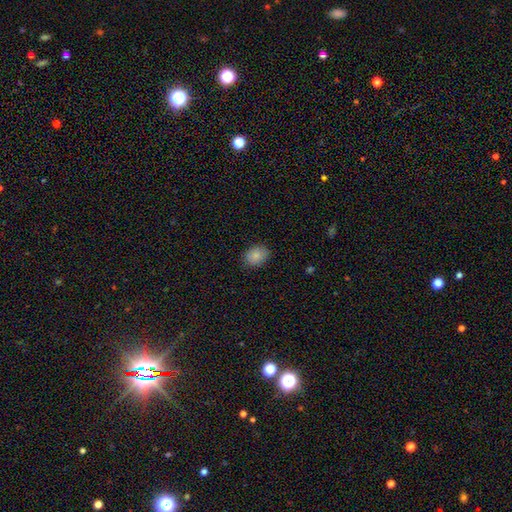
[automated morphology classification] A smooth galaxy with no disk features (85%) that is in between round and cigar-shaped (63%). Merging: none (83%).